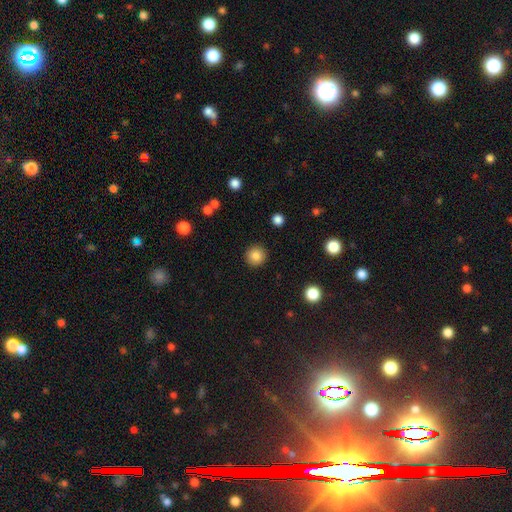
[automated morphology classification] smooth_or_featured: smooth (p=0.85) [alt: star or artifact p=0.10]
how_rounded: round (p=0.94) [alt: in between p=0.05]
merging: none (p=0.92) [alt: minor disturbance p=0.05]